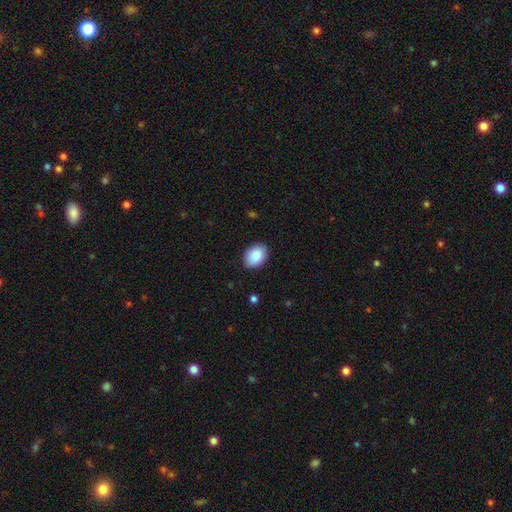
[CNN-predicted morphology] smooth-or-featured: smooth: 90% | star or artifact: 6% | featured or disk: 4%
  how-rounded: in between: 76% | round: 23% | cigar-shaped: 1%
  merging: none: 84% | minor disturbance: 12% | major disturbance: 2% | merger: 1%